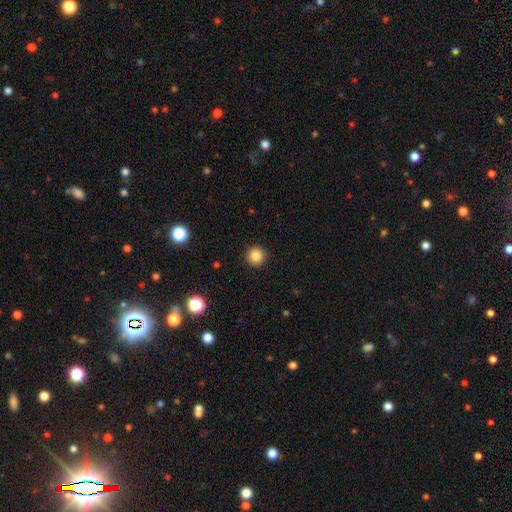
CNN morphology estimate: Smooth or featured? Predicted: smooth (p=0.85). How rounded? Predicted: round (p=0.95). Merging? Predicted: none (p=0.92).